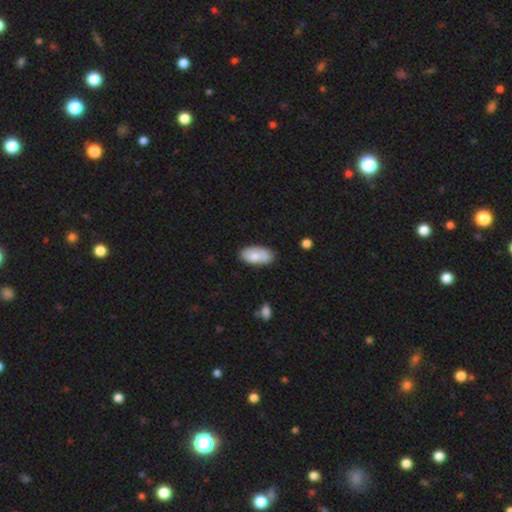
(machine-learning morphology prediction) Smooth or featured? Predicted: smooth (p=0.71). How rounded? Predicted: in between (p=0.93). Merging? Predicted: none (p=0.64).